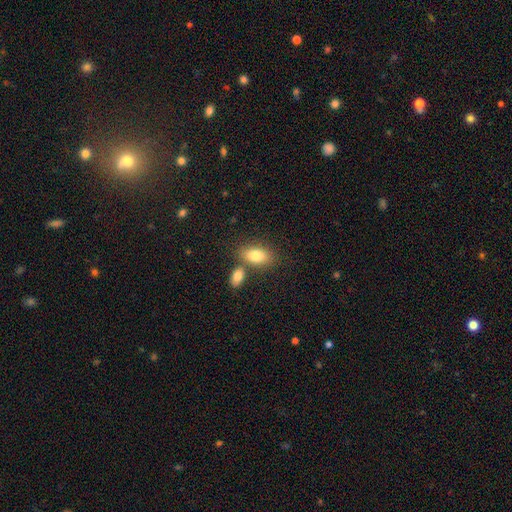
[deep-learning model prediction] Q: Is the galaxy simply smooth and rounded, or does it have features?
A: smooth — 81%.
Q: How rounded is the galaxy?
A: in between — 89%.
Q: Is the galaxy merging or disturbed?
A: none — 59%.